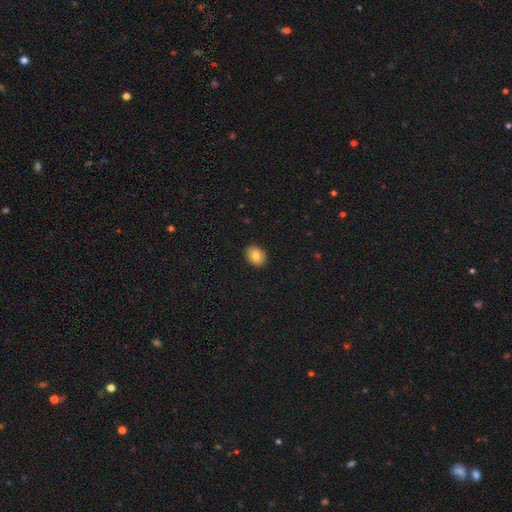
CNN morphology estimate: This is clearly a smooth galaxy (82%). How rounded: possibly in between (53%). Merging: clearly none (89%).